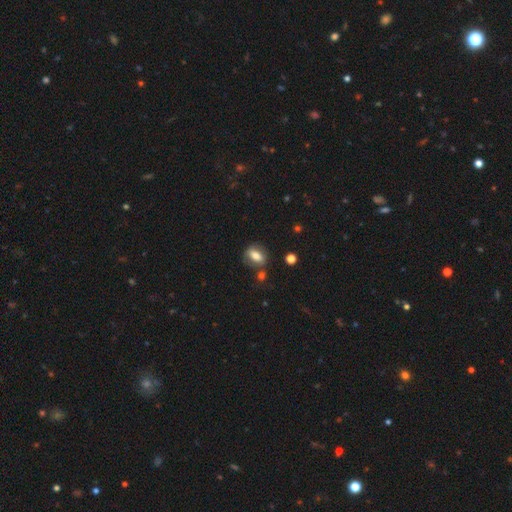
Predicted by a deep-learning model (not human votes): smooth-or-featured: smooth: 71% | featured or disk: 20% | star or artifact: 9%
  how-rounded: in between: 76% | round: 16% | cigar-shaped: 7%
  merging: none: 68% | minor disturbance: 16% | merger: 10% | major disturbance: 6%